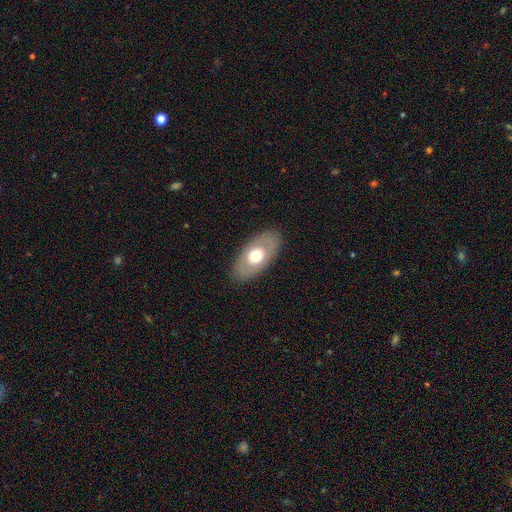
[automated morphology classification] A smooth galaxy with no disk features (55%) that is in between round and cigar-shaped (91%).

Vote fractions:
- Smooth or featured? smooth: 55% / featured or disk: 39% / star or artifact: 6%
- How rounded? in between: 91% / round: 6% / cigar-shaped: 3%
- Merging? none: 85% / minor disturbance: 11% / major disturbance: 4% / merger: 1%